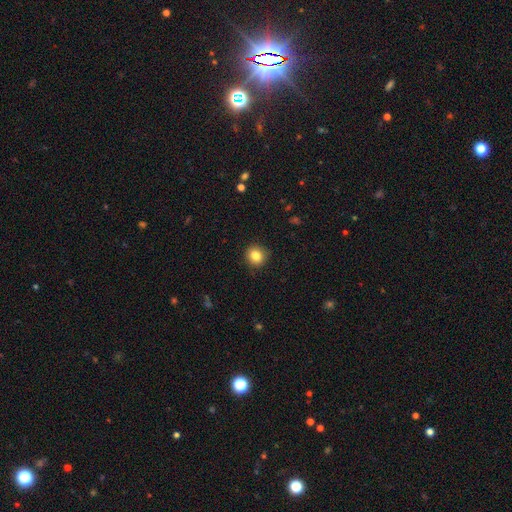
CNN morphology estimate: A smooth galaxy with no disk features (84%) that is round (90%).

Vote fractions:
- Smooth or featured? smooth: 84% / star or artifact: 10% / featured or disk: 6%
- How rounded? round: 90% / in between: 9% / cigar-shaped: 1%
- Merging? none: 90% / minor disturbance: 7% / major disturbance: 2% / merger: 1%